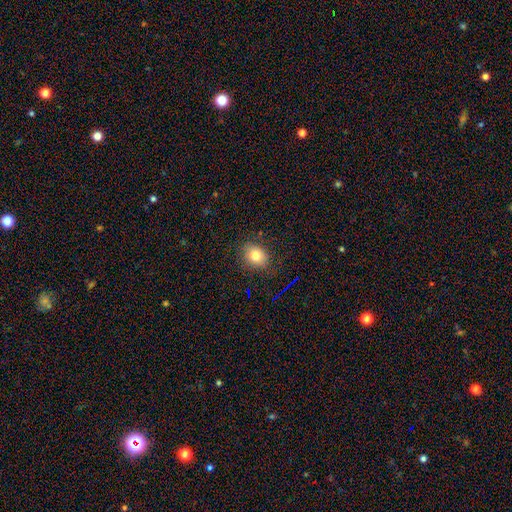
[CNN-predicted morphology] The model was most divided on "how rounded": round: 50%, in between: 48%, cigar-shaped: 1%. More confident: merging — none (82%); smooth or featured — smooth (78%).